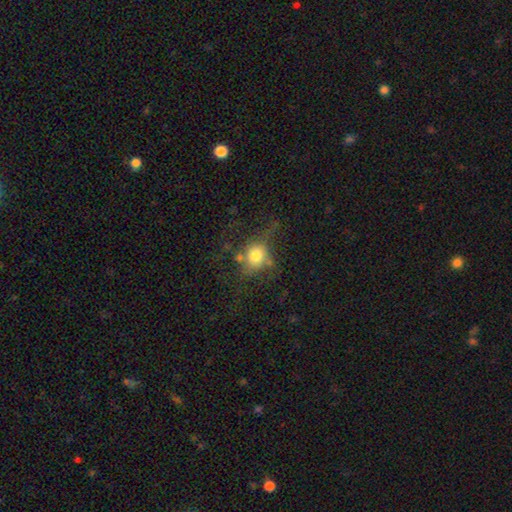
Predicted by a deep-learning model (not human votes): A smooth galaxy with no disk features (70%) that is round (72%).

Vote fractions:
- Smooth or featured? smooth: 70% / featured or disk: 18% / star or artifact: 13%
- How rounded? round: 72% / in between: 27% / cigar-shaped: 1%
- Merging? none: 50% / minor disturbance: 23% / major disturbance: 21% / merger: 6%